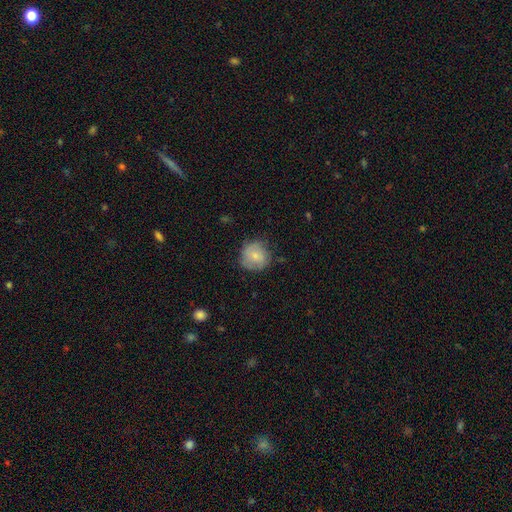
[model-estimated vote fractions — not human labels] smooth 74%, featured or disk 19%, star or artifact 7%. Down the decision tree: how rounded — round (88%); merging — none (69%).